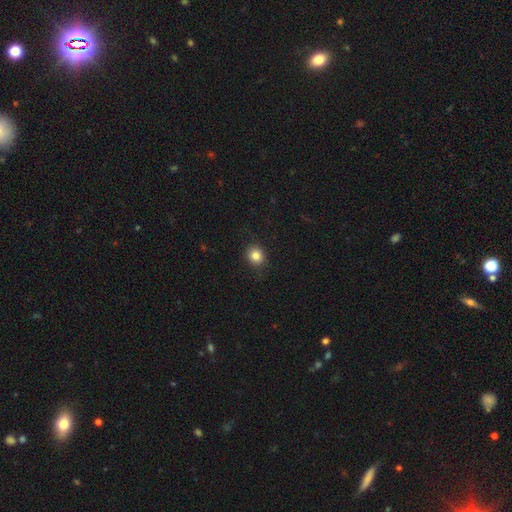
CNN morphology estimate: Overall: smooth (84%). How rounded: round (71%). Merging: none (86%).